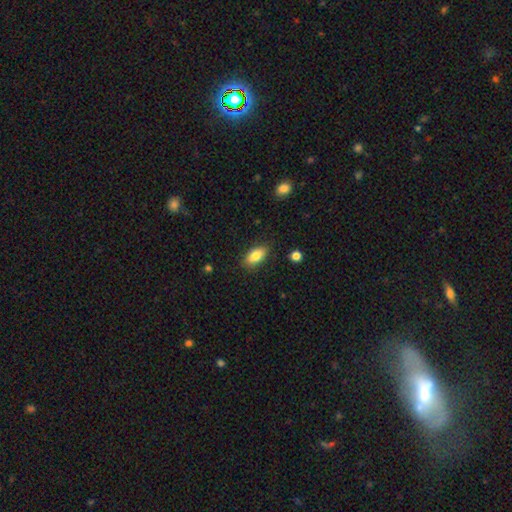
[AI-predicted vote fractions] This is clearly a smooth galaxy (83%). How rounded: clearly in between (89%). Merging: clearly none (86%).